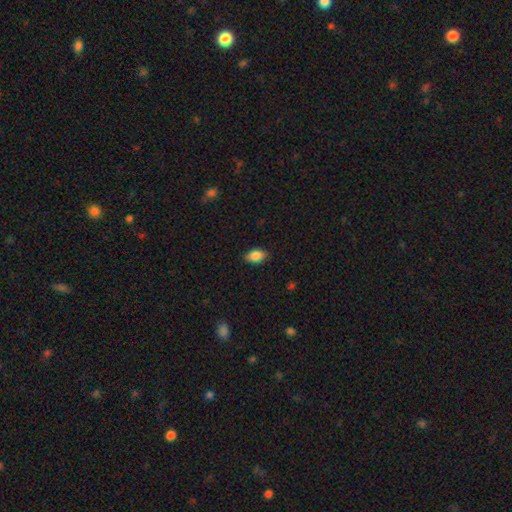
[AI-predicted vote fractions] Smooth or featured?
  - smooth: 87% *
  - star or artifact: 8%
  - featured or disk: 6%
How rounded?
  - in between: 89% *
  - round: 9%
  - cigar-shaped: 2%
Merging?
  - none: 86% *
  - minor disturbance: 11%
  - major disturbance: 2%
  - merger: 1%